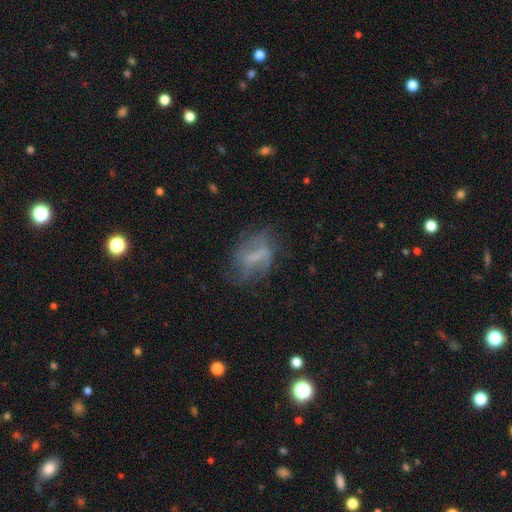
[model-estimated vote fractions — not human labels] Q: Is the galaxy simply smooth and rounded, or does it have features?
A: featured or disk — 54%.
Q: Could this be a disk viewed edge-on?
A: no — 93%.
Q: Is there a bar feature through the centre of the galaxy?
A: weak — 40%.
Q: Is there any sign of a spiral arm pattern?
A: yes — 52%.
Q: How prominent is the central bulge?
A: none — 52%.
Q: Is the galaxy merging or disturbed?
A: none — 52%.